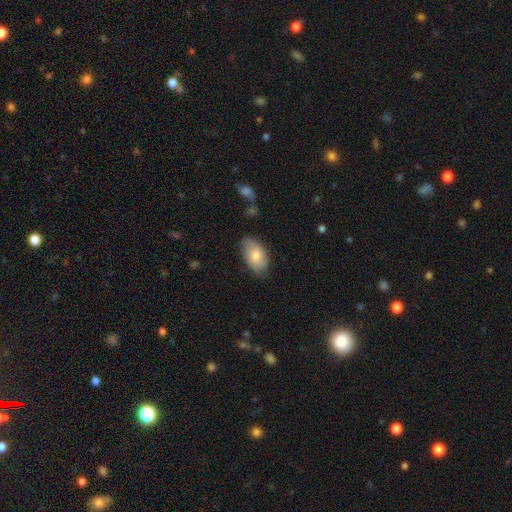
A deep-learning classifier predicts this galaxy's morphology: Smooth or featured: smooth — 76% (featured or disk — 17%)
How rounded: in between — 94% (round — 5%)
Merging: none — 72% (minor disturbance — 22%)